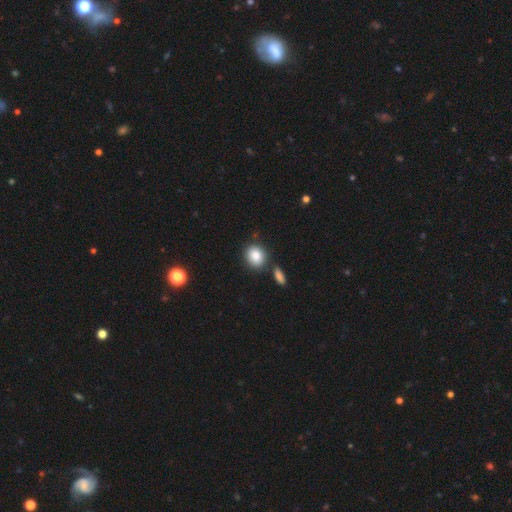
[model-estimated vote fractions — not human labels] A smooth galaxy with no disk features (86%) that is round (60%). Merging: none (73%).